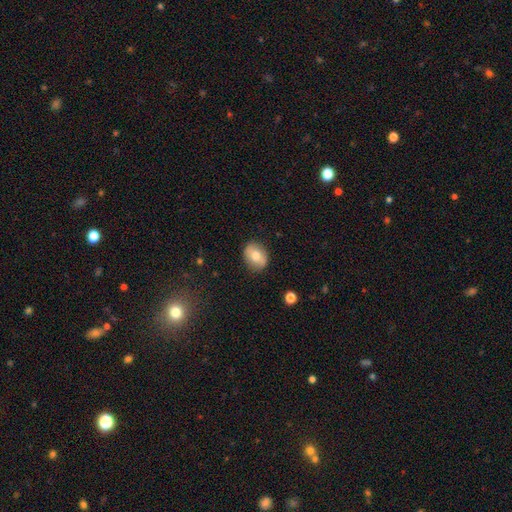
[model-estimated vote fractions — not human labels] Q: Smooth or featured?
A: smooth (71%); runner-up: featured or disk (22%)
Q: How rounded?
A: in between (60%); runner-up: round (39%)
Q: Merging?
A: none (85%); runner-up: minor disturbance (11%)